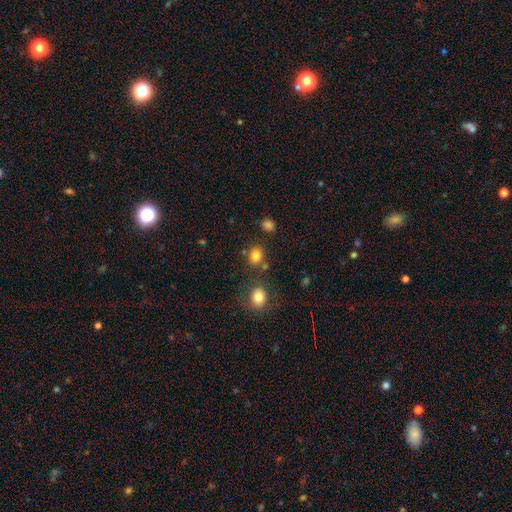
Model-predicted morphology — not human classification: smooth_or_featured: smooth (p=0.82) [alt: star or artifact p=0.12]
how_rounded: round (p=0.52) [alt: in between p=0.47]
merging: none (p=0.75) [alt: minor disturbance p=0.11]